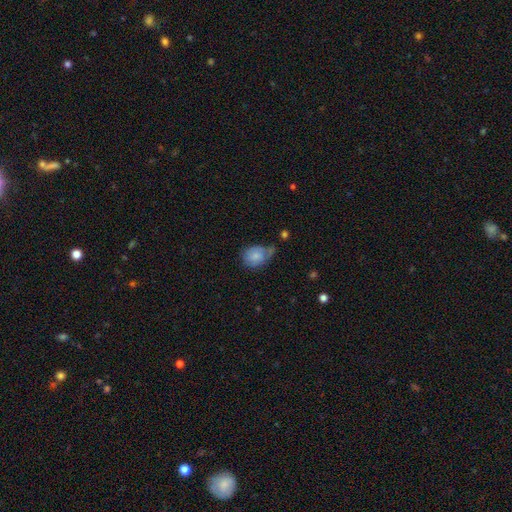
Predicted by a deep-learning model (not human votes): A smooth galaxy with no disk features (75%) that is round (52%).

Vote fractions:
- Smooth or featured? smooth: 75% / featured or disk: 17% / star or artifact: 8%
- How rounded? round: 52% / in between: 47% / cigar-shaped: 1%
- Merging? none: 38% / minor disturbance: 36% / major disturbance: 15% / merger: 10%